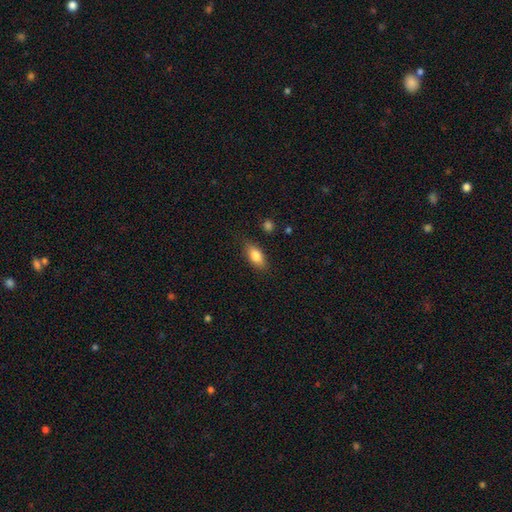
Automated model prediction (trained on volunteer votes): Q: Smooth or featured?
A: smooth (80%); runner-up: featured or disk (12%)
Q: How rounded?
A: in between (84%); runner-up: cigar-shaped (11%)
Q: Merging?
A: none (81%); runner-up: minor disturbance (14%)